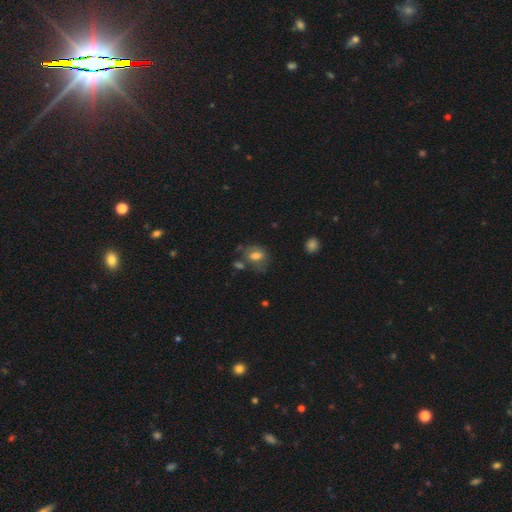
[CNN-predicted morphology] Q: Smooth or featured?
A: smooth (69%); runner-up: featured or disk (21%)
Q: How rounded?
A: in between (68%); runner-up: round (31%)
Q: Merging?
A: none (47%); runner-up: minor disturbance (24%)